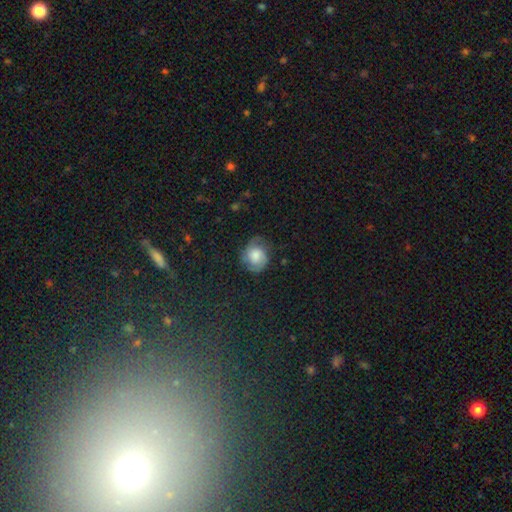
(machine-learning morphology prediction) Smooth or featured? smooth (47%)
Merging? none (61%)